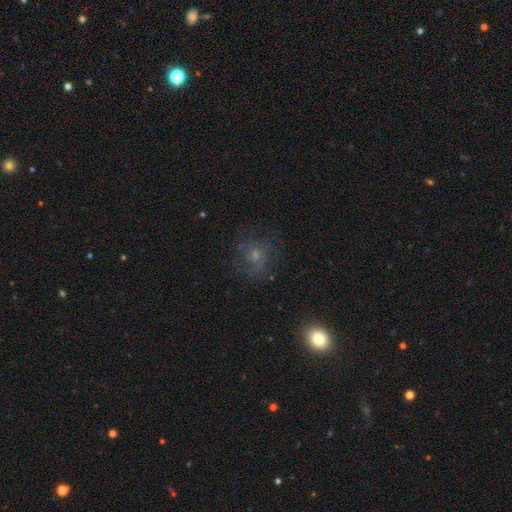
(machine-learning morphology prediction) smooth-or-featured: featured or disk: 52% | smooth: 30% | star or artifact: 18%
  disk-edge-on: no: 97% | yes: 3%
    bar: no: 74% | weak: 23% | strong: 3%
    has-spiral-arms: yes: 74% | no: 26%
    bulge-size: small: 50% | moderate: 36% | none: 9% | large: 4% | dominant: 1%
  merging: none: 60% | major disturbance: 20% | minor disturbance: 18% | merger: 2%